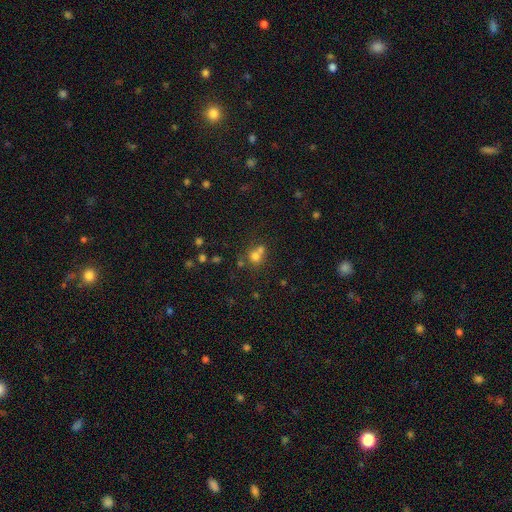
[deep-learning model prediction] This is likely a smooth galaxy (69%). How rounded: clearly round (81%). Merging: possibly merger (49%).